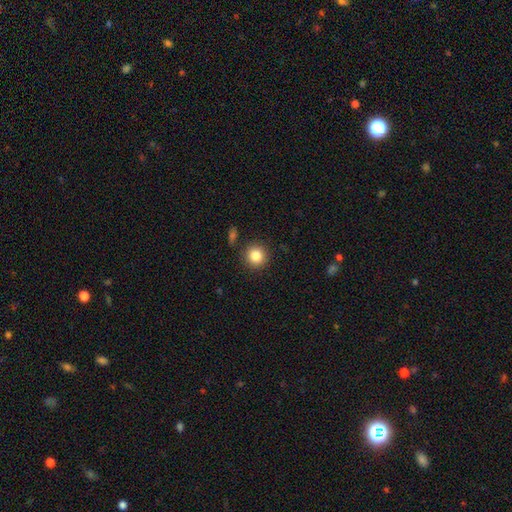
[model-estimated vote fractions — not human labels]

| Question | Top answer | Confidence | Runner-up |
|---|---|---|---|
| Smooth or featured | smooth | 85% | star or artifact (10%) |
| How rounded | round | 93% | in between (6%) |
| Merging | none | 88% | minor disturbance (7%) |